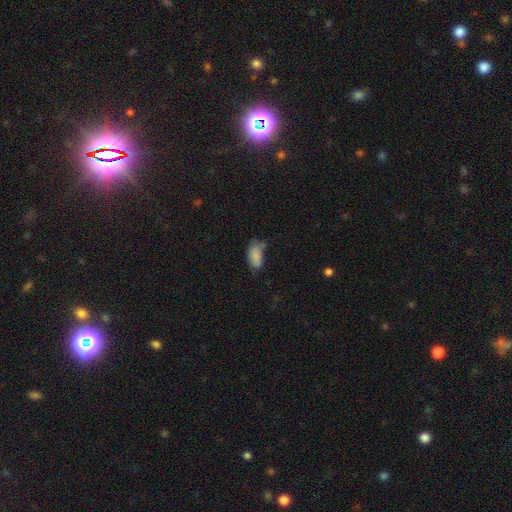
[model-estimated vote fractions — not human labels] Smooth or featured? Predicted: smooth (p=0.83). How rounded? Predicted: in between (p=0.93). Merging? Predicted: none (p=0.47).